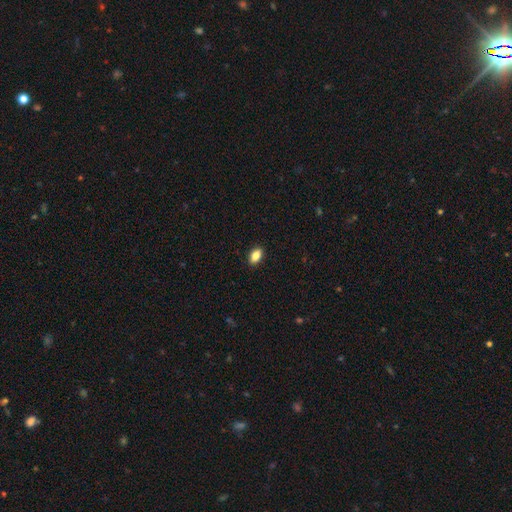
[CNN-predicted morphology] This appears to be a smooth galaxy with no disk features (86%) that is in between round and cigar-shaped (89%). Merging: none (90%).